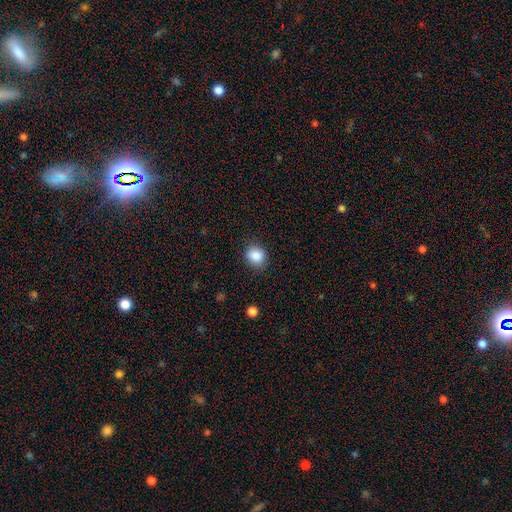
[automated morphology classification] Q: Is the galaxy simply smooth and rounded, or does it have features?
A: smooth — 86%.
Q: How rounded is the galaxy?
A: round — 70%.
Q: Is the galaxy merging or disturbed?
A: none — 83%.